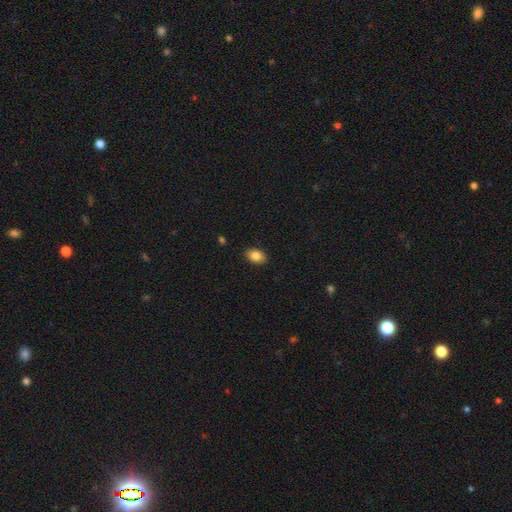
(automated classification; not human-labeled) The model was most divided on "how rounded": in between: 84%, round: 15%, cigar-shaped: 1%. More confident: merging — none (89%); smooth or featured — smooth (85%).